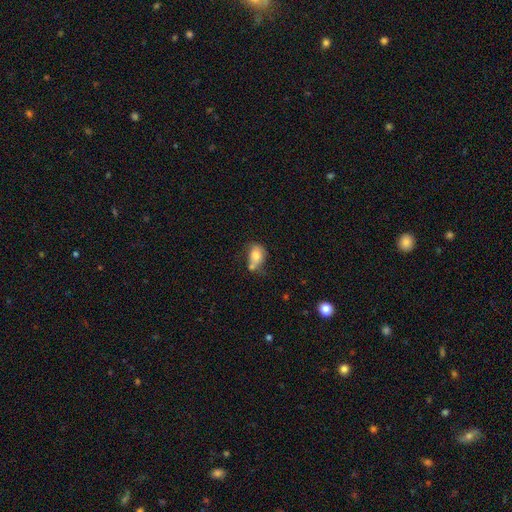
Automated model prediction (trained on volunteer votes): This appears to be a smooth galaxy with no disk features (75%) that is in between round and cigar-shaped (71%). Merging: none (34%).